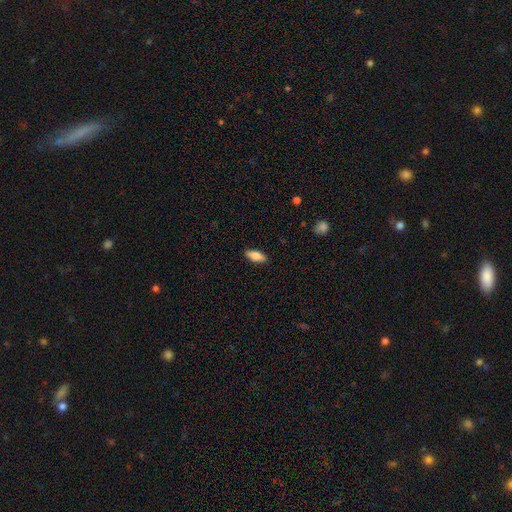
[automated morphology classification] Q: Smooth or featured?
A: smooth (77%); runner-up: featured or disk (16%)
Q: How rounded?
A: in between (75%); runner-up: cigar-shaped (23%)
Q: Merging?
A: none (88%); runner-up: minor disturbance (9%)